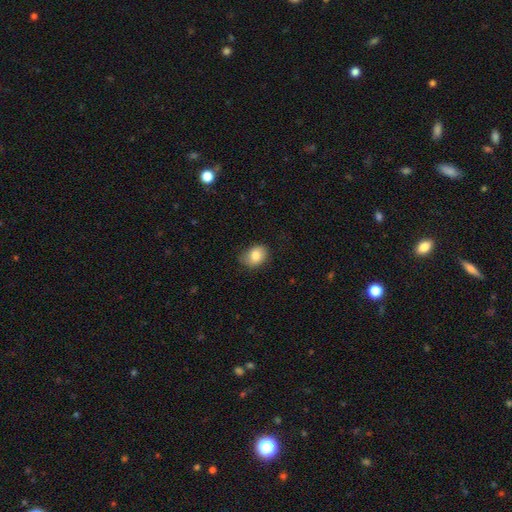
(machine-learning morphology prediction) Q: Smooth or featured?
A: smooth (82%); runner-up: featured or disk (10%)
Q: How rounded?
A: in between (64%); runner-up: round (35%)
Q: Merging?
A: none (68%); runner-up: minor disturbance (25%)